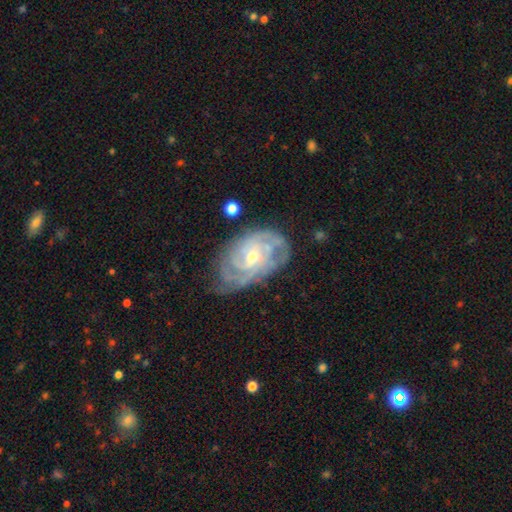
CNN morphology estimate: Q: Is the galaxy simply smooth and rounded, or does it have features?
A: featured or disk — 85%.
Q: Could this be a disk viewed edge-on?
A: no — 96%.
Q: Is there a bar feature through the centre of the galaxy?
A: no — 61%.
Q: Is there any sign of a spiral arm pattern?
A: yes — 96%.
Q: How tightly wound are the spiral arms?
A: tight — 73%.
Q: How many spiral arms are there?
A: can't tell — 29%.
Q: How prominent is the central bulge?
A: small — 56%.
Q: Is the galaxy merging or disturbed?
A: none — 72%.